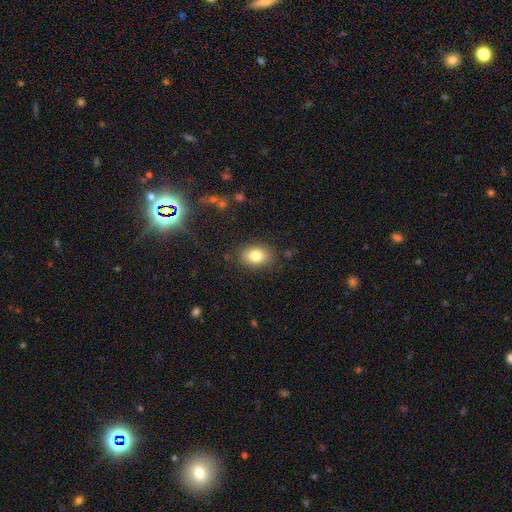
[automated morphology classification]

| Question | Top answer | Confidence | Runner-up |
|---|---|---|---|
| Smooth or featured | smooth | 81% | star or artifact (9%) |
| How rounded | in between | 75% | round (24%) |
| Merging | none | 85% | minor disturbance (10%) |